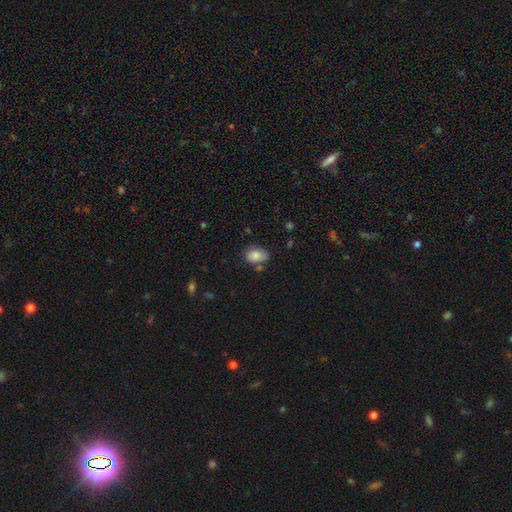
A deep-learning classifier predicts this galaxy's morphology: The model was most divided on "merging": none: 66%, minor disturbance: 22%, merger: 7%, major disturbance: 5%. More confident: smooth or featured — smooth (82%); how rounded — in between (79%).